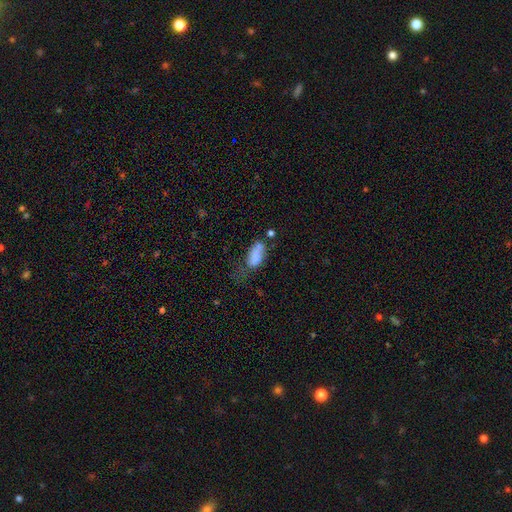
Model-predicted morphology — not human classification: Smooth or featured? Predicted: smooth (p=0.73). How rounded? Predicted: in between (p=0.87). Merging? Predicted: major disturbance (p=0.34).